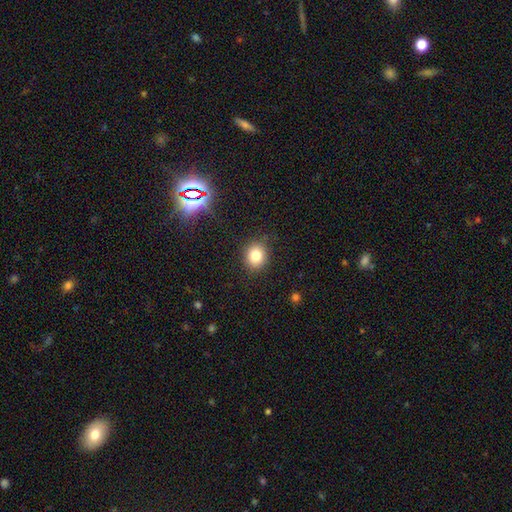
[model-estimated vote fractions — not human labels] Smooth or featured? smooth (80%)
How rounded? round (70%)
Merging? none (86%)